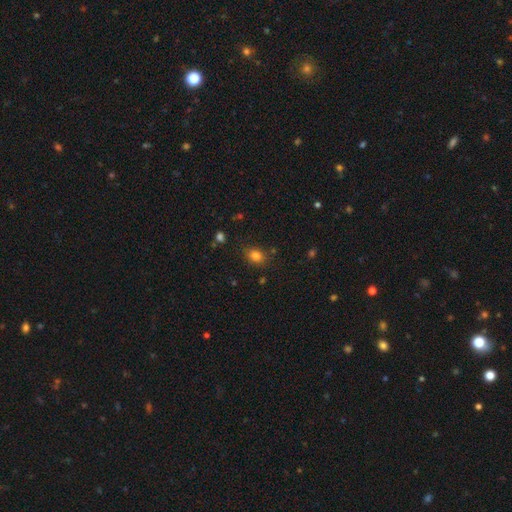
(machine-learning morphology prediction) Smooth or featured? Predicted: smooth (p=0.81). How rounded? Predicted: in between (p=0.61). Merging? Predicted: none (p=0.79).